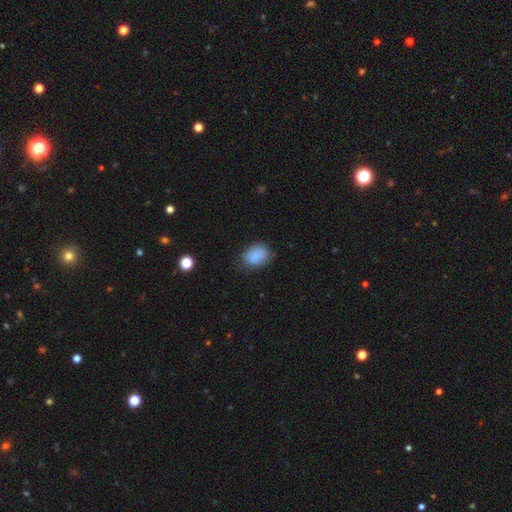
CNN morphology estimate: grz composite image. It shows a smooth galaxy with no disk features (86%) that is in between round and cigar-shaped (70%). Merging: none (69%).